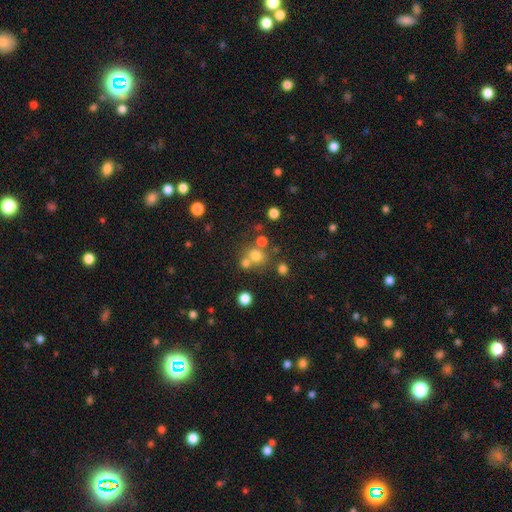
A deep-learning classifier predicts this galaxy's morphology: Smooth or featured? Predicted: smooth (p=0.69). How rounded? Predicted: round (p=0.84). Merging? Predicted: none (p=0.56).